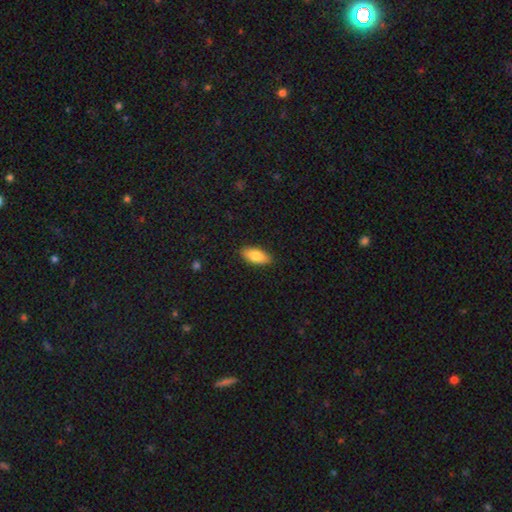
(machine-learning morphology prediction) smooth 83%, featured or disk 11%, star or artifact 6%. Down the decision tree: how rounded — in between (87%); merging — none (89%).